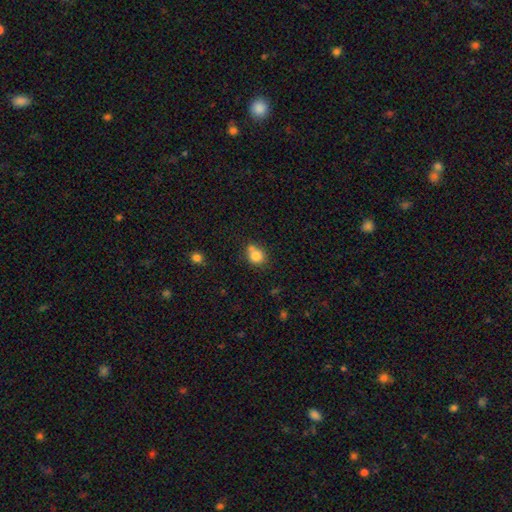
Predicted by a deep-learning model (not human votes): Smooth or featured? smooth (80%)
How rounded? round (67%)
Merging? none (52%)